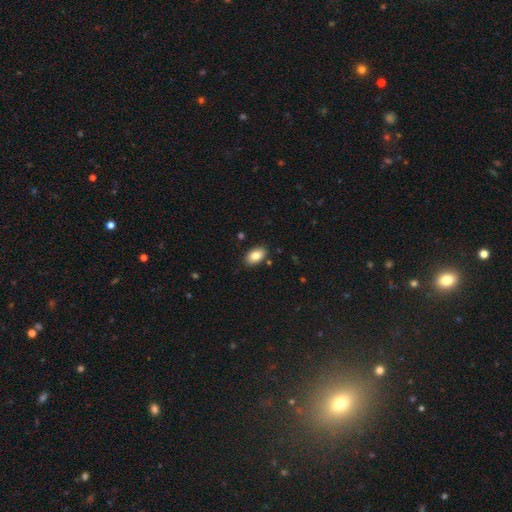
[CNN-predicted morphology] This appears to be a smooth galaxy with no disk features (84%) that is in between round and cigar-shaped (92%). Merging: none (86%).